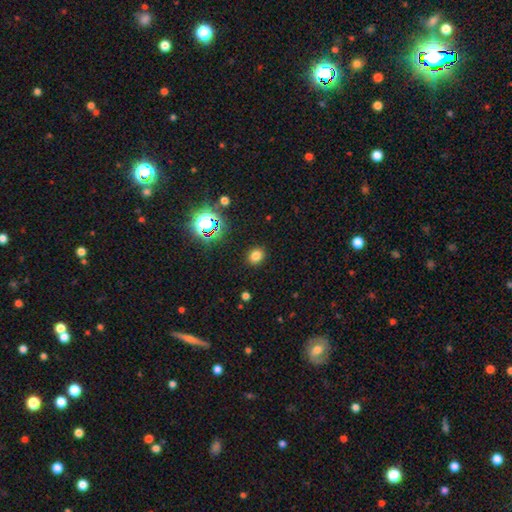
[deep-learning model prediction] Smooth or featured?
  - smooth: 77% *
  - star or artifact: 17%
  - featured or disk: 6%
How rounded?
  - round: 65% *
  - in between: 34%
  - cigar-shaped: 1%
Merging?
  - none: 89% *
  - minor disturbance: 7%
  - major disturbance: 3%
  - merger: 1%